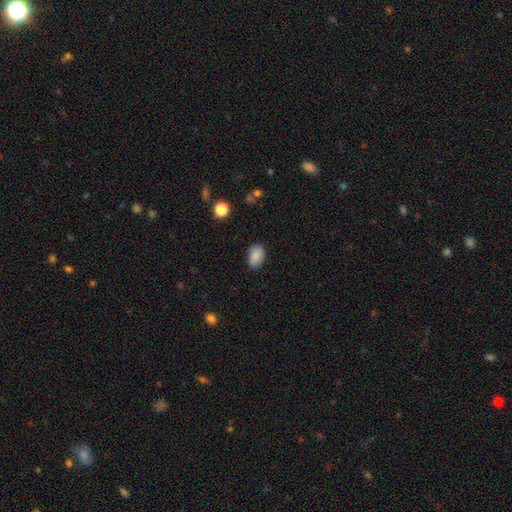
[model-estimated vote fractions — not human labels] smooth-or-featured: smooth: 86% | star or artifact: 8% | featured or disk: 5%
  how-rounded: in between: 86% | round: 13% | cigar-shaped: 1%
  merging: none: 84% | minor disturbance: 13% | major disturbance: 3% | merger: 1%